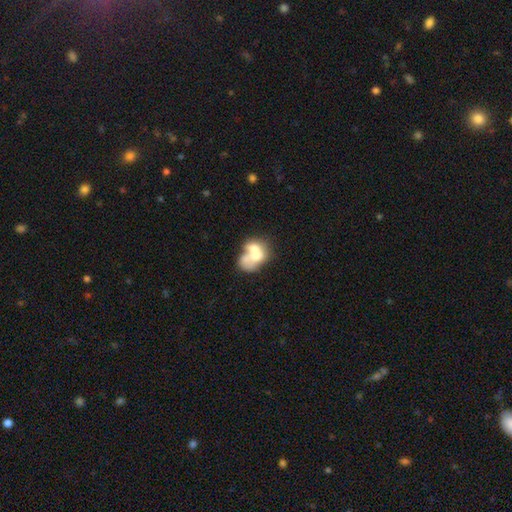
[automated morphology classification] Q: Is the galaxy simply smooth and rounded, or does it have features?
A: smooth — 51%.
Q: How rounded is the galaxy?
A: in between — 64%.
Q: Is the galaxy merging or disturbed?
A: merger — 68%.